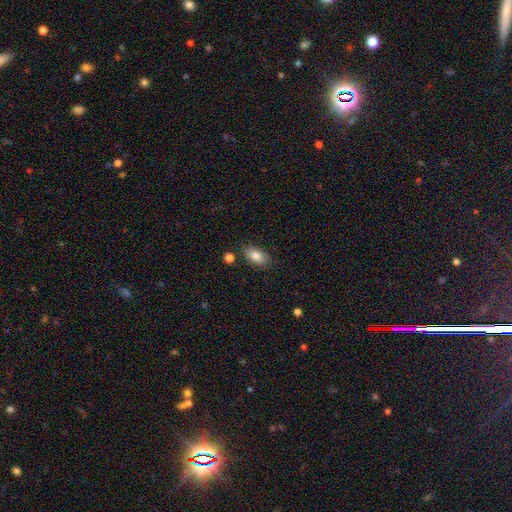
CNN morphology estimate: A smooth galaxy with no disk features (82%) that is in between round and cigar-shaped (91%).

Vote fractions:
- Smooth or featured? smooth: 82% / featured or disk: 11% / star or artifact: 8%
- How rounded? in between: 91% / round: 5% / cigar-shaped: 4%
- Merging? none: 83% / minor disturbance: 11% / merger: 3% / major disturbance: 2%